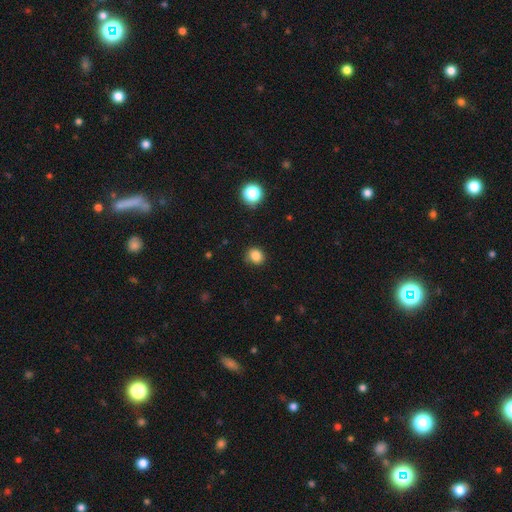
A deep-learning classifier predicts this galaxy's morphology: smooth-or-featured: smooth: 84% | star or artifact: 12% | featured or disk: 4%
  how-rounded: round: 76% | in between: 23% | cigar-shaped: 1%
  merging: none: 84% | minor disturbance: 12% | major disturbance: 3% | merger: 1%